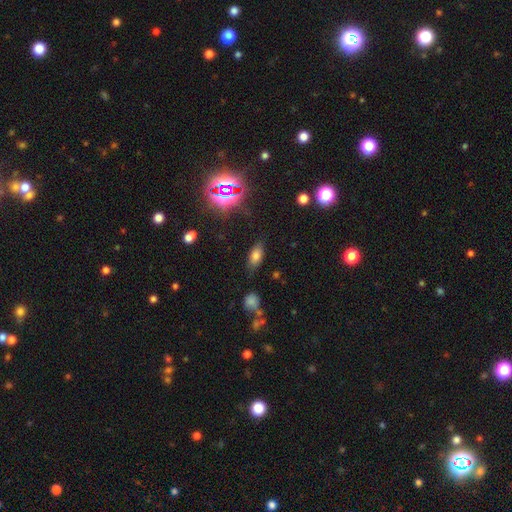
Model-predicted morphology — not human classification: Smooth or featured? smooth (71%)
How rounded? in between (85%)
Merging? none (80%)